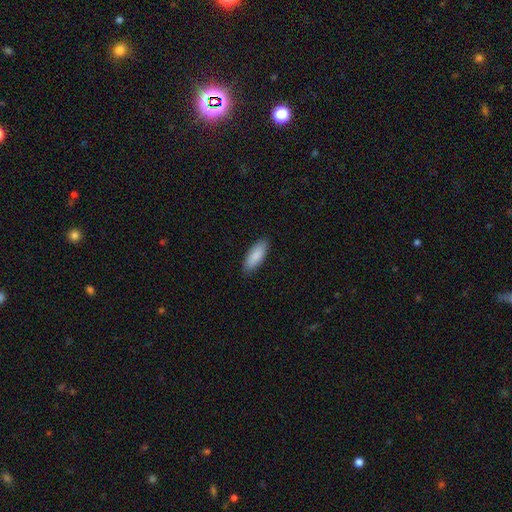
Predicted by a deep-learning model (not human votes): This appears to be a smooth galaxy with no disk features (87%) that is in between round and cigar-shaped (73%). Merging: none (87%).